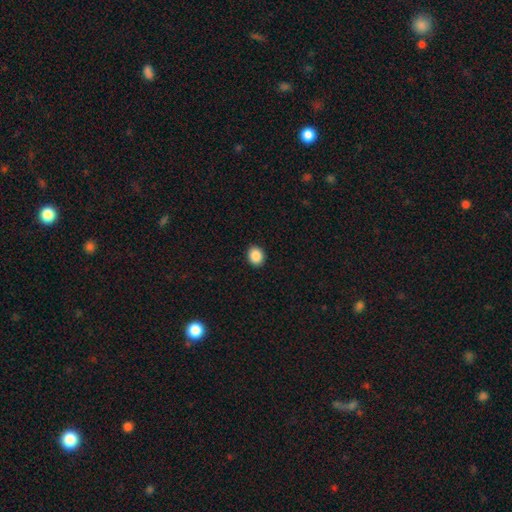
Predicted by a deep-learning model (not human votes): Overall: smooth (89%). How rounded: round (65%; in between 34%). Merging: none (92%).